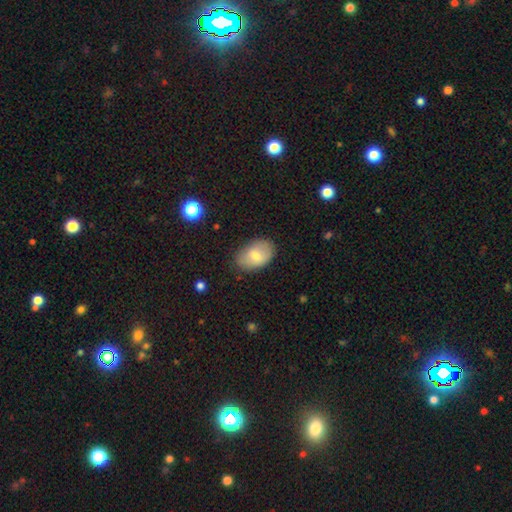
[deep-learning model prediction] A smooth galaxy with no disk features (71%) that is in between round and cigar-shaped (88%).

Vote fractions:
- Smooth or featured? smooth: 71% / featured or disk: 22% / star or artifact: 8%
- How rounded? in between: 88% / round: 11% / cigar-shaped: 1%
- Merging? none: 78% / minor disturbance: 17% / major disturbance: 3% / merger: 1%